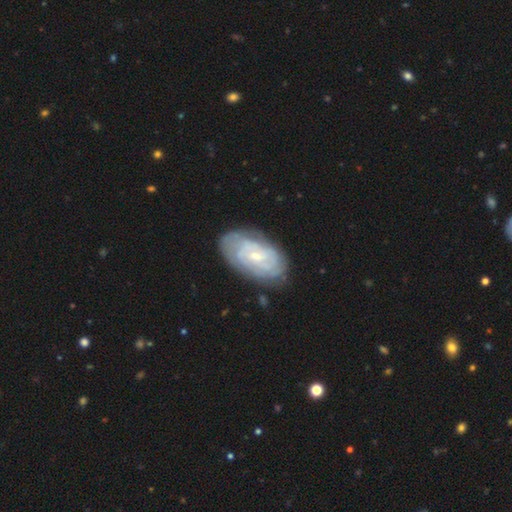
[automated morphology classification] Q: Smooth or featured?
A: featured or disk (75%); runner-up: smooth (19%)
Q: Edge-on disk?
A: no (95%); runner-up: yes (5%)
Q: Bar?
A: no (52%); runner-up: weak (39%)
Q: Spiral arms?
A: yes (87%); runner-up: no (13%)
Q: Spiral winding?
A: tight (72%); runner-up: medium (21%)
Q: Spiral arm count?
A: can't tell (52%); runner-up: 2 (19%)
Q: Bulge size?
A: small (70%); runner-up: moderate (26%)
Q: Merging?
A: none (77%); runner-up: minor disturbance (17%)